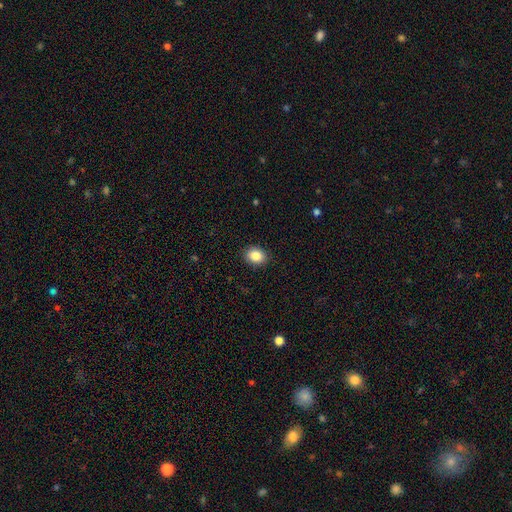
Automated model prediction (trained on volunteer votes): smooth 86%, star or artifact 9%, featured or disk 6%. Down the decision tree: how rounded — in between (56%); merging — none (89%).